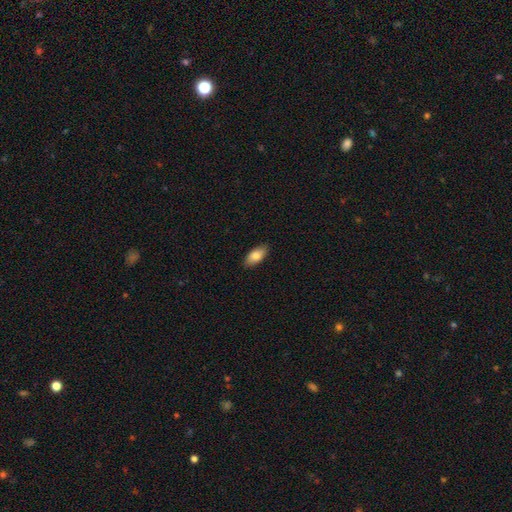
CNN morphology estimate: Smooth or featured? Predicted: smooth (p=0.83). How rounded? Predicted: in between (p=0.89). Merging? Predicted: none (p=0.88).